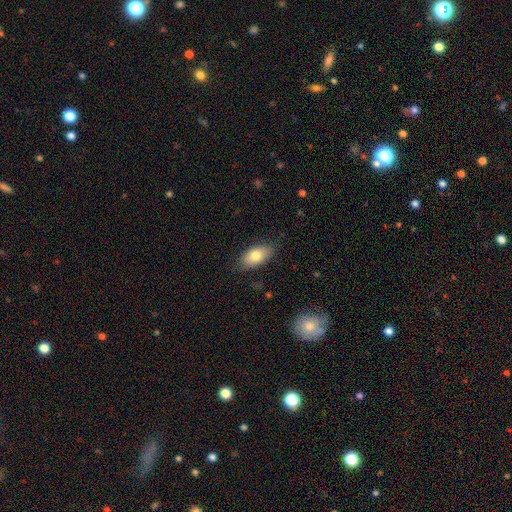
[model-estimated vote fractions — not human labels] This appears to be a smooth galaxy with no disk features (77%) that is in between round and cigar-shaped (91%). Merging: none (82%).